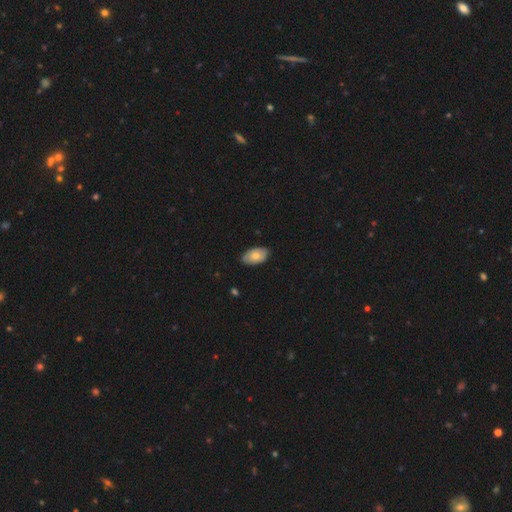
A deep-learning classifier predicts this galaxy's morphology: A smooth galaxy with no disk features (73%) that is in between round and cigar-shaped (94%).

Vote fractions:
- Smooth or featured? smooth: 73% / featured or disk: 20% / star or artifact: 6%
- How rounded? in between: 94% / round: 4% / cigar-shaped: 2%
- Merging? none: 83% / minor disturbance: 14% / major disturbance: 2% / merger: 1%